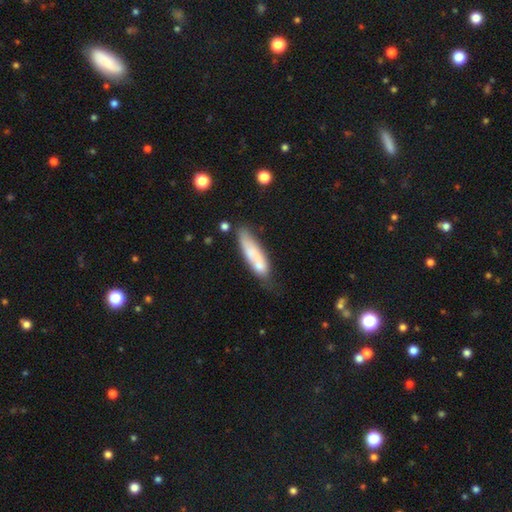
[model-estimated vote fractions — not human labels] Smooth or featured? smooth (67%)
How rounded? cigar-shaped (67%)
Merging? none (52%)